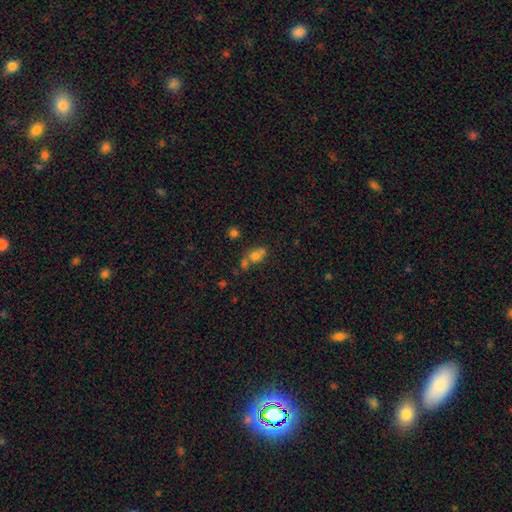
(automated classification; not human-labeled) A smooth galaxy with no disk features (68%) that is in between round and cigar-shaped (57%). Merging: merger (44%).